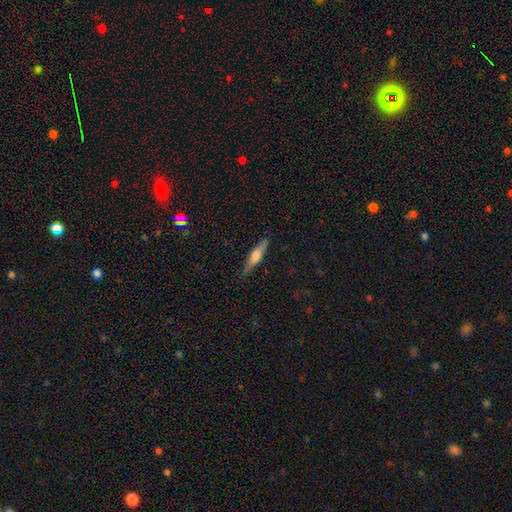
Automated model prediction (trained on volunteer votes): This appears to be a smooth galaxy with no disk features (47%). Merging: none (86%).